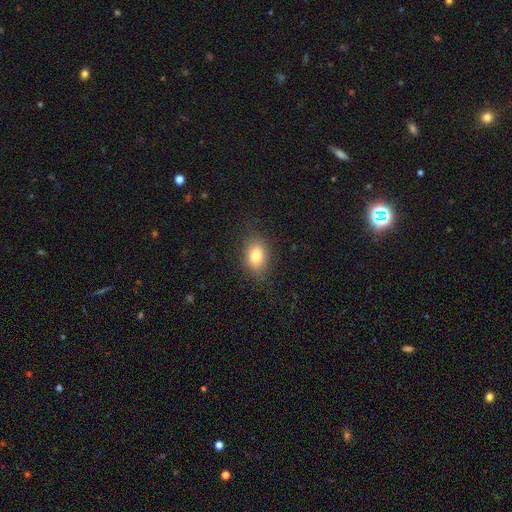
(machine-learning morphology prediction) smooth-or-featured: smooth: 78% | featured or disk: 12% | star or artifact: 10%
  how-rounded: in between: 71% | round: 27% | cigar-shaped: 2%
  merging: none: 81% | minor disturbance: 14% | major disturbance: 4% | merger: 1%